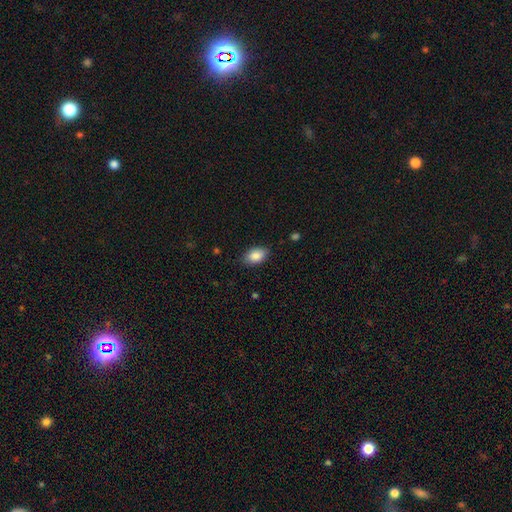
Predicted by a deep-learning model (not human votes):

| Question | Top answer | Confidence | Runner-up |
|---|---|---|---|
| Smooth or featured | smooth | 87% | star or artifact (7%) |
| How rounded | in between | 89% | round (9%) |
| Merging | none | 83% | minor disturbance (13%) |